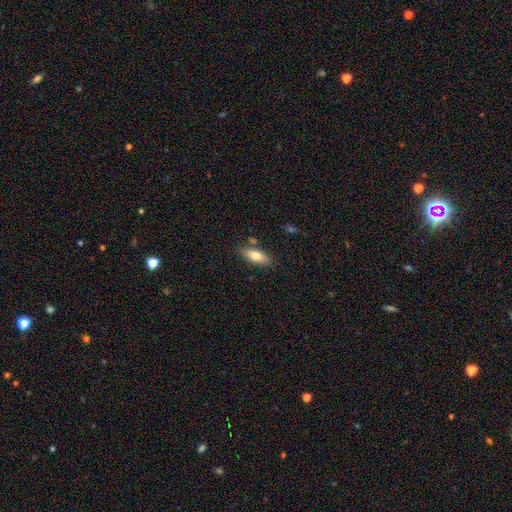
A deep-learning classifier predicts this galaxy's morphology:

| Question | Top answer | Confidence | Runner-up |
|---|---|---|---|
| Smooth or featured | smooth | 72% | featured or disk (21%) |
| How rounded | in between | 72% | cigar-shaped (25%) |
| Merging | none | 79% | minor disturbance (13%) |